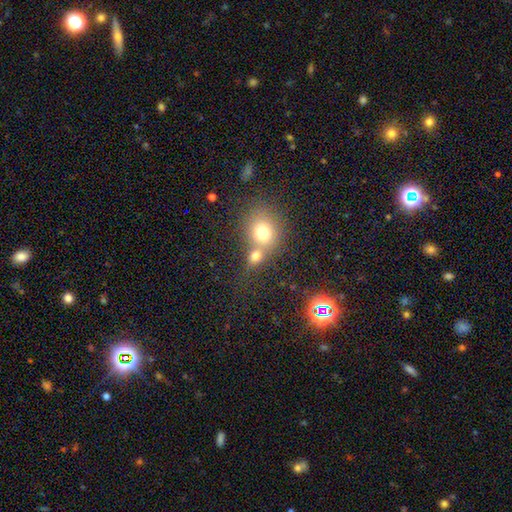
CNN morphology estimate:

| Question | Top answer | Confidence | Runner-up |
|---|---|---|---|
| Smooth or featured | smooth | 74% | star or artifact (14%) |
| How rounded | round | 63% | in between (35%) |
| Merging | merger | 50% | none (38%) |